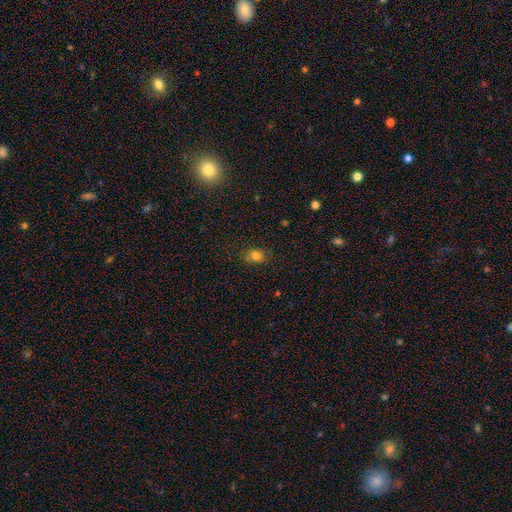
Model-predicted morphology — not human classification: type=smooth (79%); roundness=in between (53%); merging=none (75%).